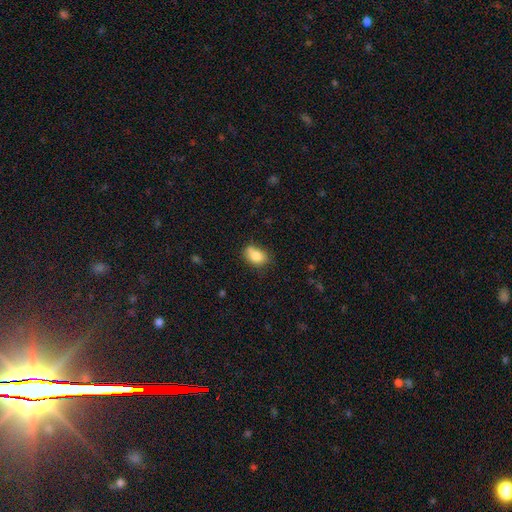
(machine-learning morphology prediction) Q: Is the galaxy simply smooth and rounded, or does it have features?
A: smooth — 82%.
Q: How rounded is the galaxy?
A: in between — 80%.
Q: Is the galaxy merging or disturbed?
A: none — 56%.